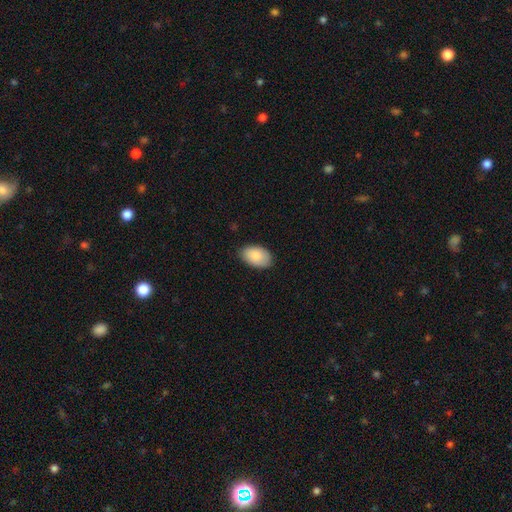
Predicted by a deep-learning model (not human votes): The model was most divided on "merging": none: 83%, minor disturbance: 14%, major disturbance: 2%, merger: 1%. More confident: how rounded — in between (93%); smooth or featured — smooth (86%).